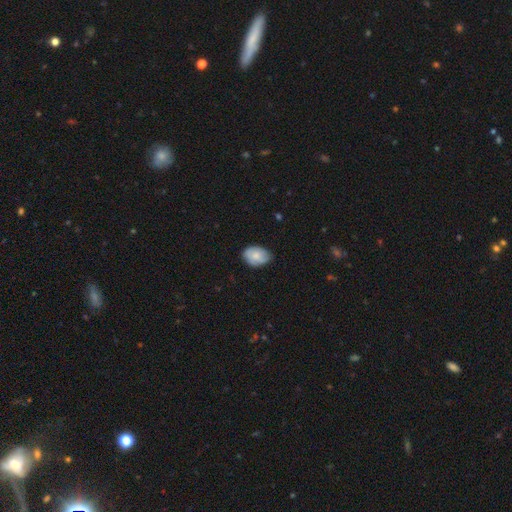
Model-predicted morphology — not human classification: This is likely a smooth galaxy (70%). How rounded: likely in between (78%). Merging: likely none (68%).